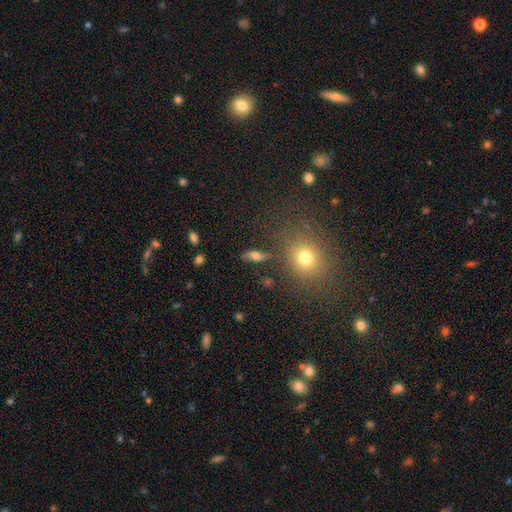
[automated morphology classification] Q: Smooth or featured?
A: smooth (59%); runner-up: featured or disk (29%)
Q: How rounded?
A: in between (64%); runner-up: cigar-shaped (24%)
Q: Merging?
A: none (79%); runner-up: minor disturbance (12%)